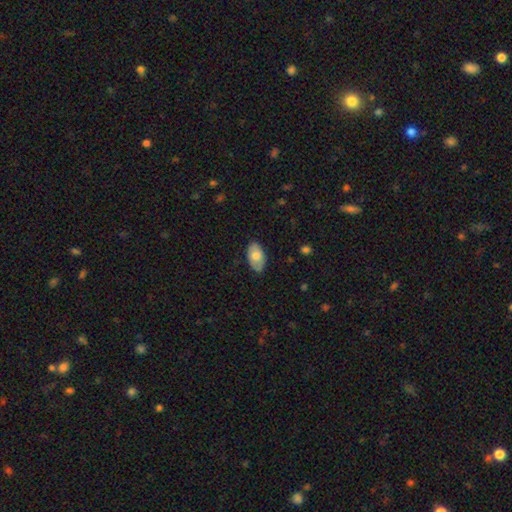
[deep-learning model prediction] Overall: smooth (71%). How rounded: in between (94%). Merging: none (80%).